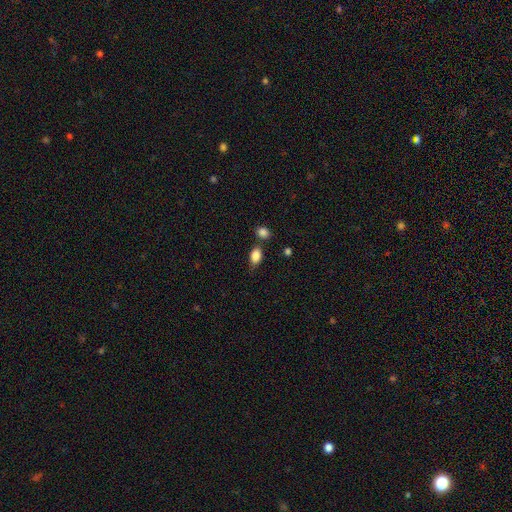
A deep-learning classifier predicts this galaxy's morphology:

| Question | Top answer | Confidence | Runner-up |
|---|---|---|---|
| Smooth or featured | smooth | 86% | star or artifact (9%) |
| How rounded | in between | 83% | round (15%) |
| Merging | none | 63% | minor disturbance (17%) |